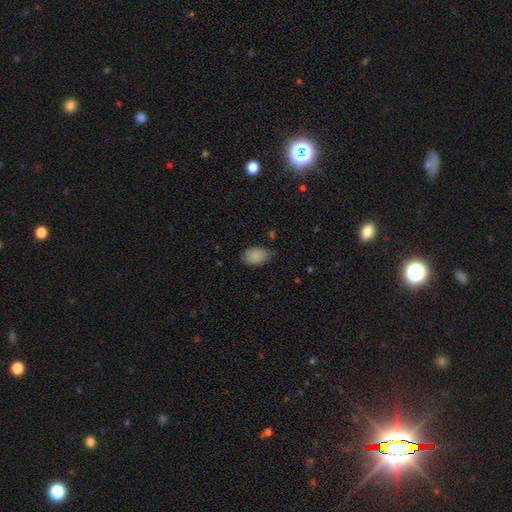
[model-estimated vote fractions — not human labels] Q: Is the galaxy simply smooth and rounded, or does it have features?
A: smooth — 88%.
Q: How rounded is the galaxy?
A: in between — 87%.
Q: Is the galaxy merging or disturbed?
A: none — 66%.